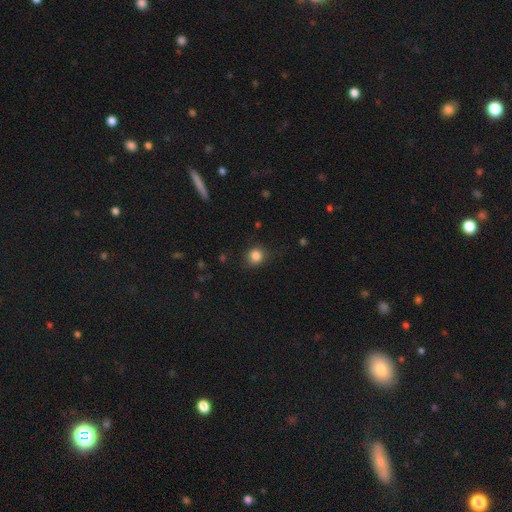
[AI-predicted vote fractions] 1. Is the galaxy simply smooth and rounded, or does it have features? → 84% smooth, 11% star or artifact, 5% featured or disk.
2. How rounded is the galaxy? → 80% round, 19% in between, 1% cigar-shaped.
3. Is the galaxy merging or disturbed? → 79% none, 16% minor disturbance, 4% major disturbance, 1% merger.